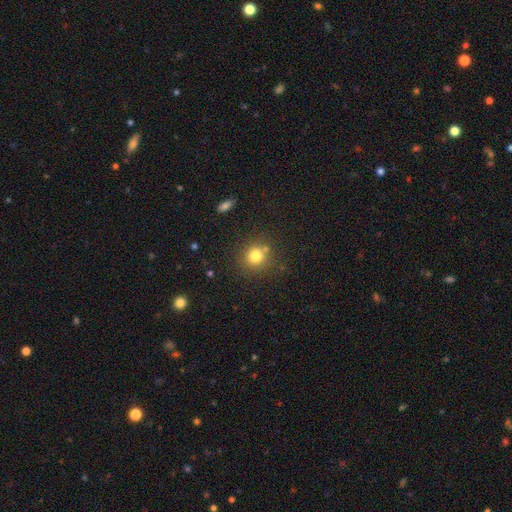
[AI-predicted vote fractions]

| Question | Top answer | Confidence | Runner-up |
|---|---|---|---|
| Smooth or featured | smooth | 79% | star or artifact (13%) |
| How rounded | round | 88% | in between (11%) |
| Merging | none | 76% | minor disturbance (10%) |